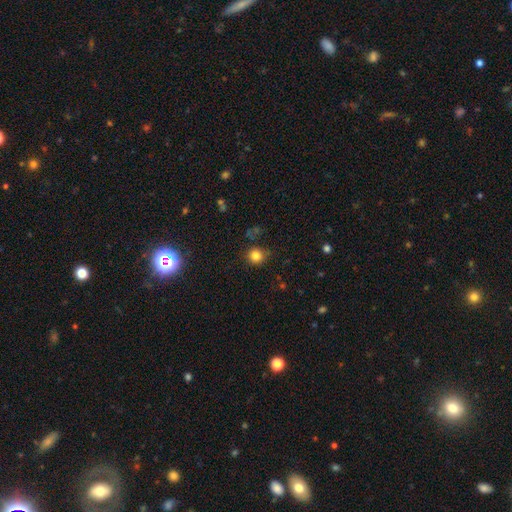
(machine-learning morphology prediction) type=smooth (82%); roundness=round (89%); merging=none (80%).